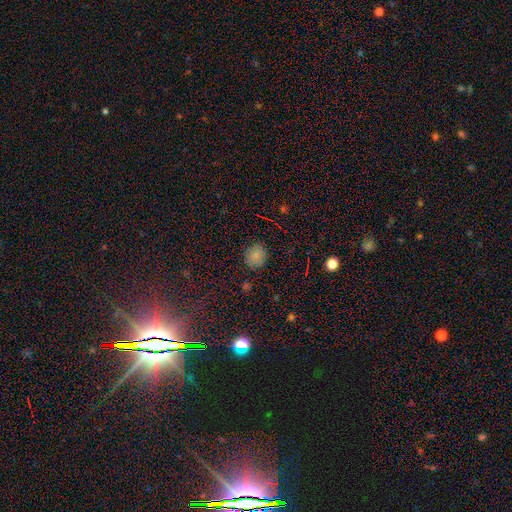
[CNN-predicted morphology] smooth 75%, star or artifact 18%, featured or disk 7%. Down the decision tree: how rounded — round (75%); merging — none (84%).